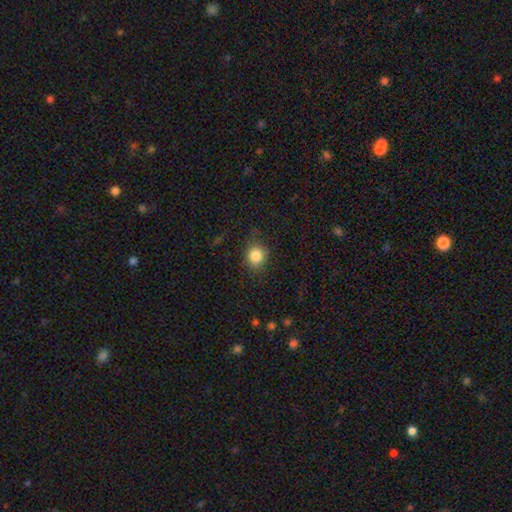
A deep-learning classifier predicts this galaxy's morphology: This is clearly a smooth galaxy (84%). How rounded: likely round (73%). Merging: clearly none (81%).